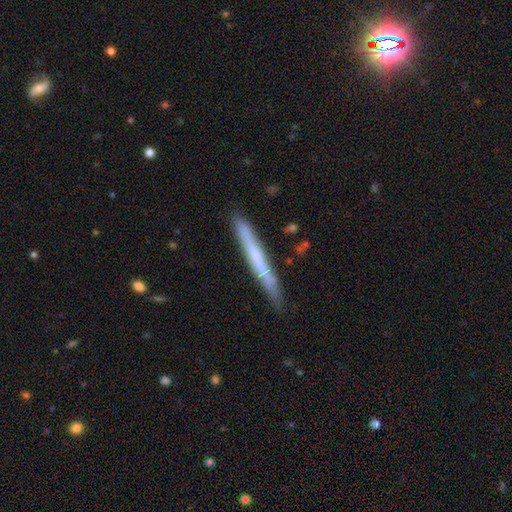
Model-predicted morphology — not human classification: The model was most divided on "smooth or featured": smooth: 52%, featured or disk: 42%, star or artifact: 6%. More confident: how rounded — cigar-shaped (97%); merging — none (82%).